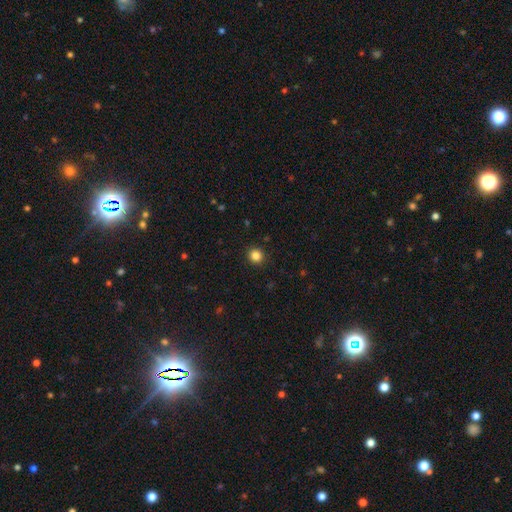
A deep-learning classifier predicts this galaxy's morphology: Q: Smooth or featured?
A: smooth (84%); runner-up: star or artifact (12%)
Q: How rounded?
A: round (93%); runner-up: in between (6%)
Q: Merging?
A: none (93%); runner-up: minor disturbance (5%)